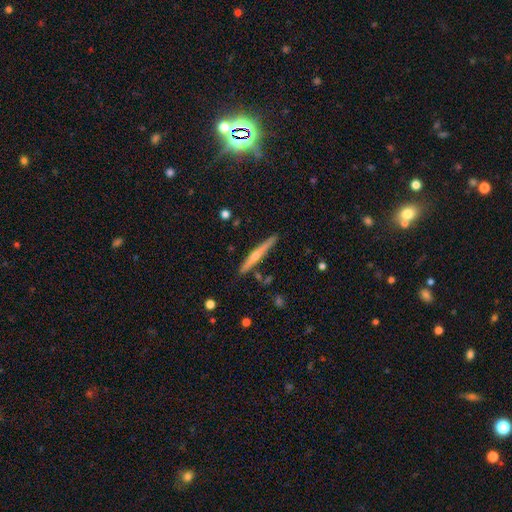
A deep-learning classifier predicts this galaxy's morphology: This is likely a featured or disk galaxy (61%). It is clearly viewed edge-on (97%). Edge-on bulge: likely rounded (78%). Merging: clearly none (87%).